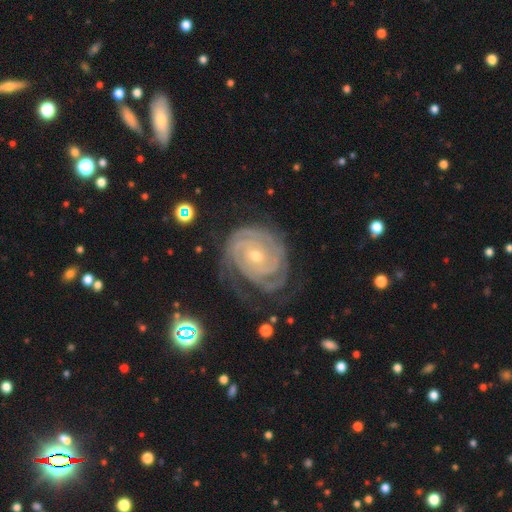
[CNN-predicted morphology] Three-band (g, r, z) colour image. It shows a featured or disk galaxy (90%) with no bar (66%), 2 (27%) tight (84%) spiral arms (98%) and a small central bulge (63%). Merging: none (67%).